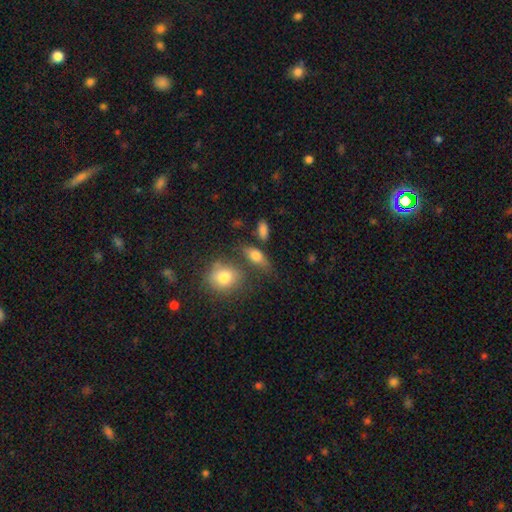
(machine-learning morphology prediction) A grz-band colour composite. It shows a smooth galaxy with no disk features (72%) that is in between round and cigar-shaped (74%). Merging: none (57%).